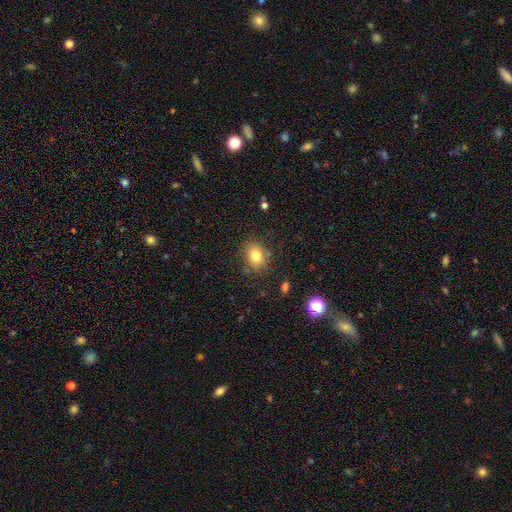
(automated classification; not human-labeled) Overall: smooth (80%). How rounded: in between (53%; round 46%). Merging: none (81%).